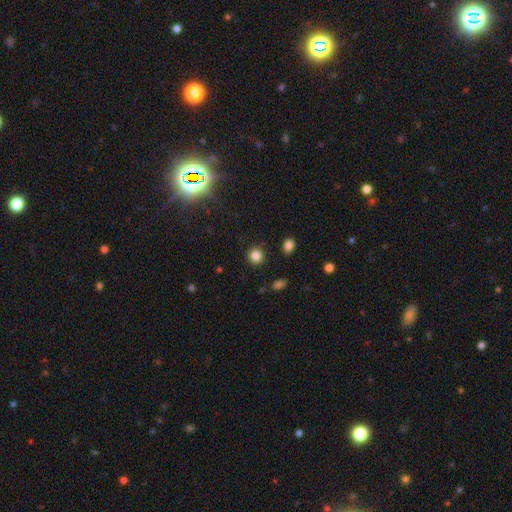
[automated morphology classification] Smooth or featured?
  - smooth: 83% *
  - star or artifact: 12%
  - featured or disk: 4%
How rounded?
  - round: 91% *
  - in between: 8%
  - cigar-shaped: 1%
Merging?
  - none: 89% *
  - minor disturbance: 6%
  - major disturbance: 2%
  - merger: 2%